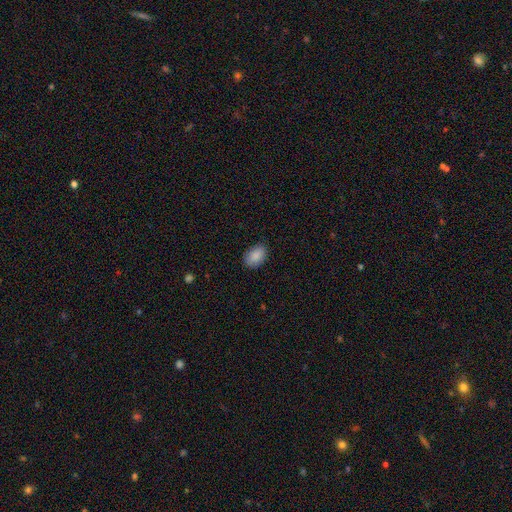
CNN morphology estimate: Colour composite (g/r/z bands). It shows a smooth galaxy with no disk features (89%) that is in between round and cigar-shaped (87%). Merging: none (84%).